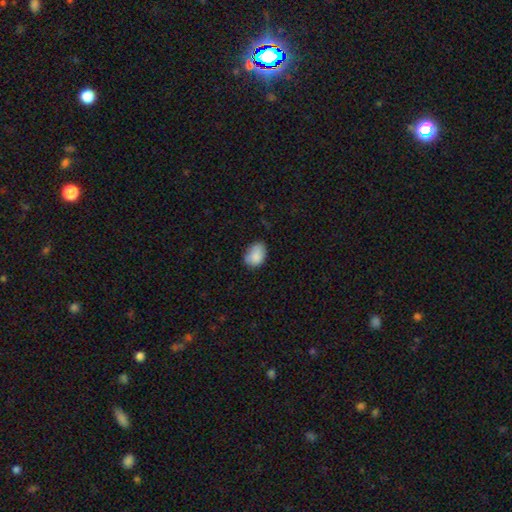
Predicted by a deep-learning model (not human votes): Morphology: type=smooth (84%); roundness=in between (74%); merging=none (61%).